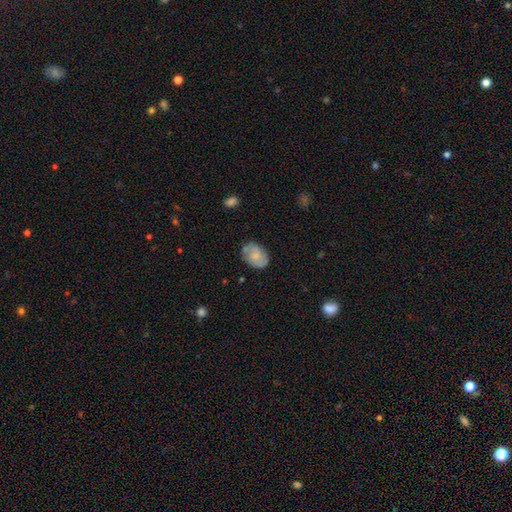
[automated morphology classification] This is possibly a smooth galaxy (58%). How rounded: likely in between (76%). Merging: likely none (68%).